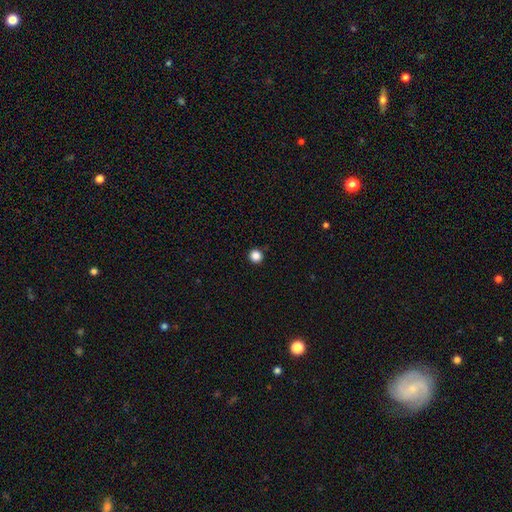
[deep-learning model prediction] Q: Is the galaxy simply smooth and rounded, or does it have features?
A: smooth — 85%.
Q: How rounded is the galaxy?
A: round — 96%.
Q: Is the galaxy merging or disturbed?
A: none — 93%.